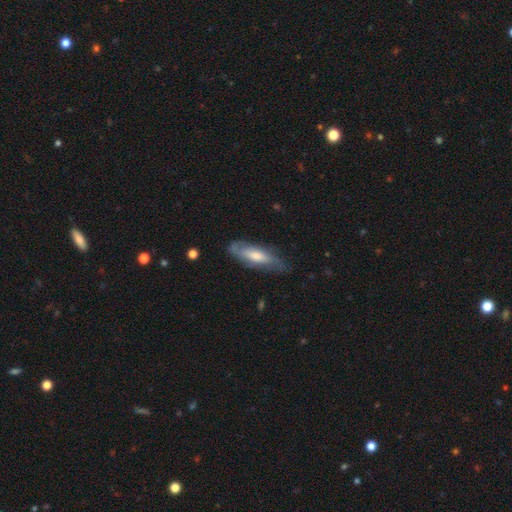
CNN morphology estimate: Smooth or featured? Predicted: featured or disk (p=0.50). Edge-on disk? Predicted: no (p=0.59). Merging? Predicted: none (p=0.70).